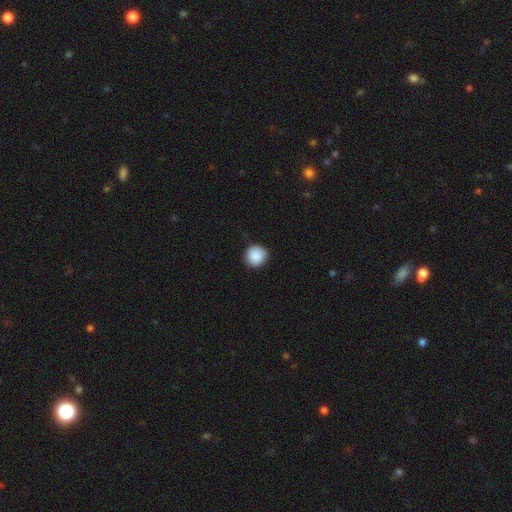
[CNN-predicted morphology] smooth 89%, star or artifact 8%, featured or disk 3%. Down the decision tree: how rounded — round (94%); merging — none (90%).